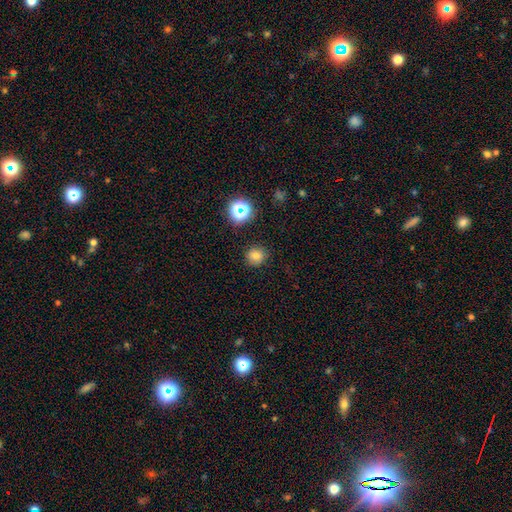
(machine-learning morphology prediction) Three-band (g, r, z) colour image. It shows a smooth galaxy with no disk features (76%) that is round (89%). Merging: none (87%).